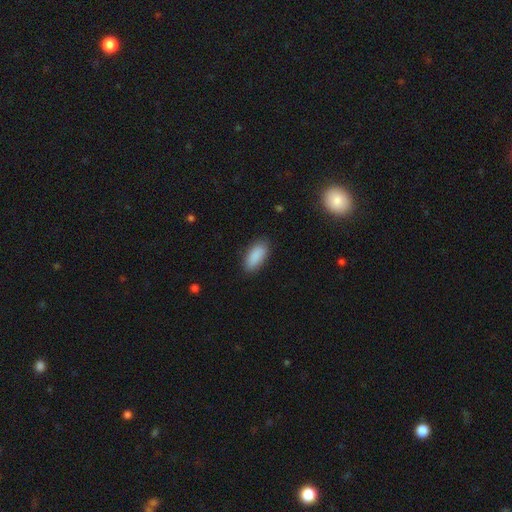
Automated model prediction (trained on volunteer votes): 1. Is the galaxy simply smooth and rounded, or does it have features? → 89% smooth, 7% star or artifact, 4% featured or disk.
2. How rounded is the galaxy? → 87% in between, 11% cigar-shaped, 2% round.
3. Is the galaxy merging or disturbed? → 83% none, 13% minor disturbance, 3% major disturbance, 1% merger.